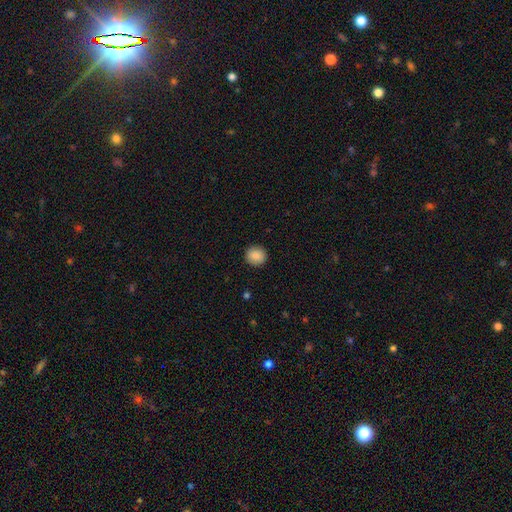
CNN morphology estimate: smooth-or-featured: smooth: 88% | star or artifact: 8% | featured or disk: 4%
  how-rounded: round: 89% | in between: 10% | cigar-shaped: 1%
  merging: none: 91% | minor disturbance: 6% | major disturbance: 2% | merger: 1%